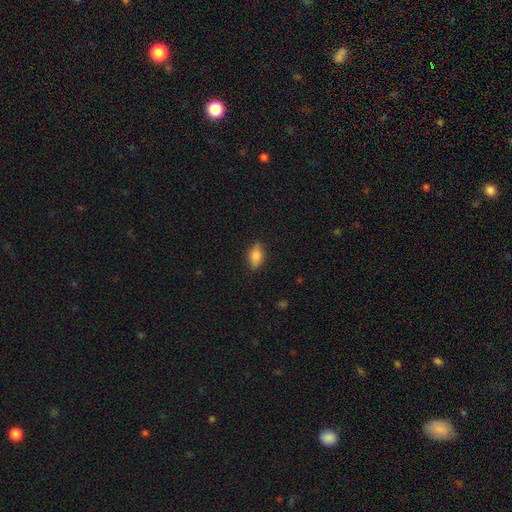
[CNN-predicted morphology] type=smooth (82%); roundness=in between (87%); merging=none (84%).